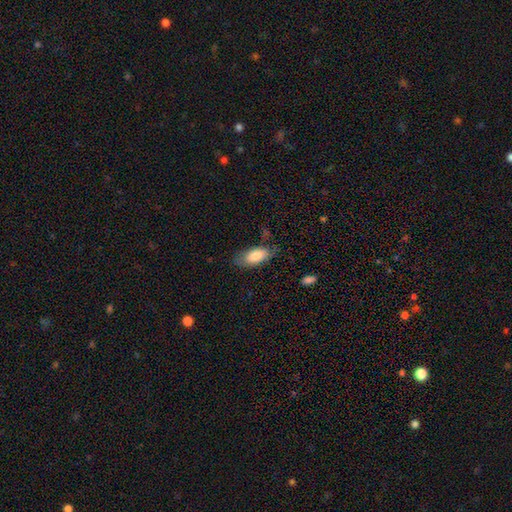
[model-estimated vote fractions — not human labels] Smooth or featured?
  - smooth: 78% *
  - featured or disk: 15%
  - star or artifact: 7%
How rounded?
  - in between: 89% *
  - cigar-shaped: 8%
  - round: 3%
Merging?
  - none: 66% *
  - minor disturbance: 24%
  - major disturbance: 7%
  - merger: 2%